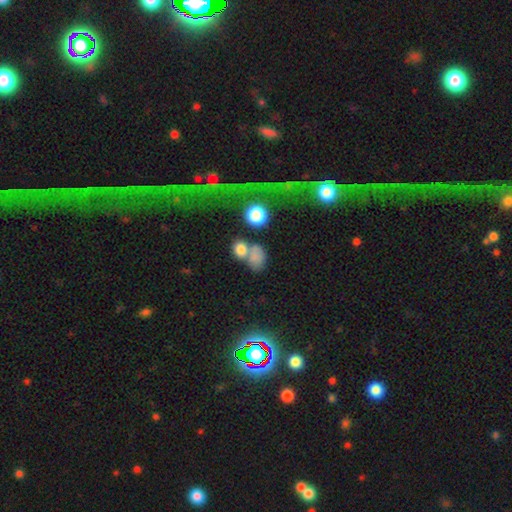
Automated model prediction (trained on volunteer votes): A smooth galaxy with no disk features (76%) that is in between round and cigar-shaped (62%).

Vote fractions:
- Smooth or featured? smooth: 76% / star or artifact: 14% / featured or disk: 10%
- How rounded? in between: 62% / round: 36% / cigar-shaped: 2%
- Merging? merger: 43% / none: 36% / minor disturbance: 12% / major disturbance: 8%